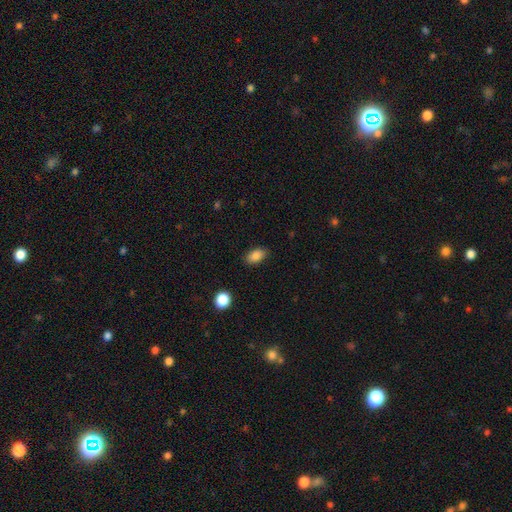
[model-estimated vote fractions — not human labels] This is clearly a smooth galaxy (86%). How rounded: clearly in between (90%). Merging: clearly none (85%).